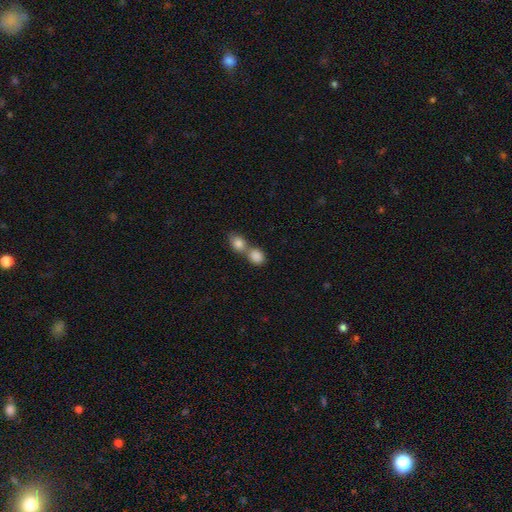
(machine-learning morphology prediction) type=smooth (85%); roundness=round (55%); merging=merger (64%).